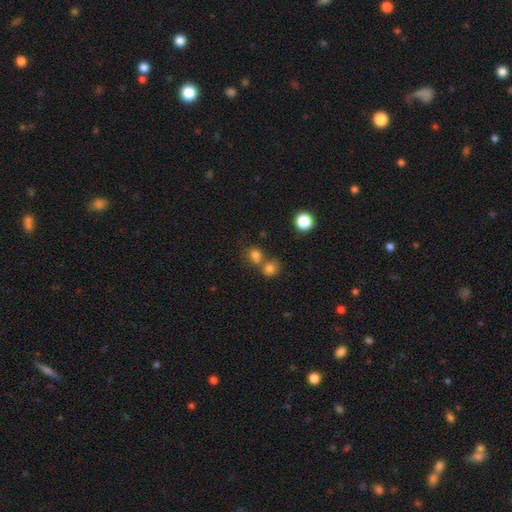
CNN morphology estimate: smooth_or_featured: smooth (p=0.76) [alt: star or artifact p=0.16]
how_rounded: round (p=0.71) [alt: in between p=0.28]
merging: none (p=0.46) [alt: merger p=0.42]